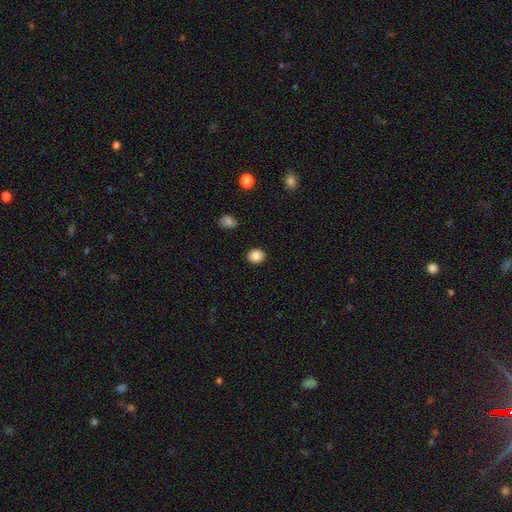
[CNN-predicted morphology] type=smooth (86%); roundness=round (71%); merging=none (90%).